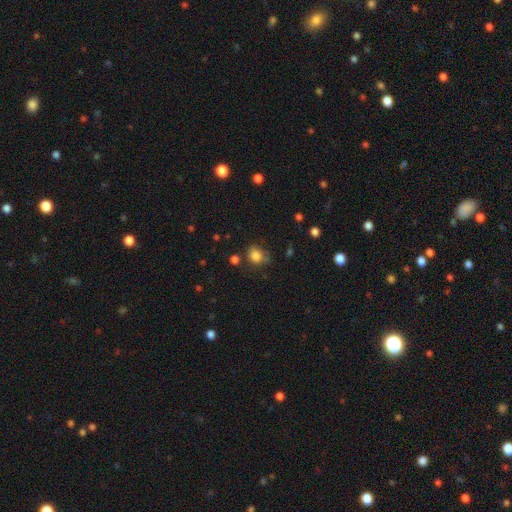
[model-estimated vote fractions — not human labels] Morphology: type=smooth (83%); roundness=round (68%); merging=none (64%).